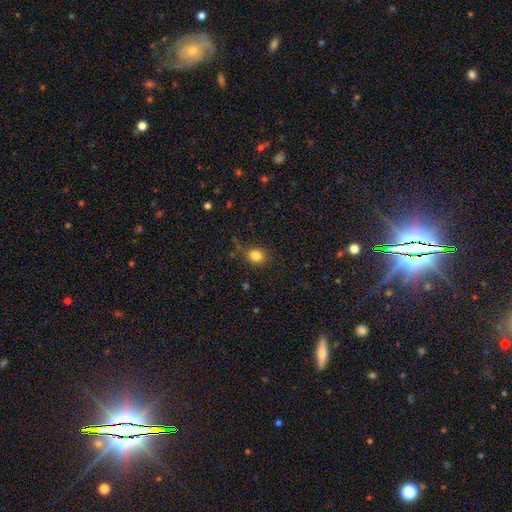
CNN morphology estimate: A smooth galaxy with no disk features (83%) that is round (74%). Merging: none (83%).